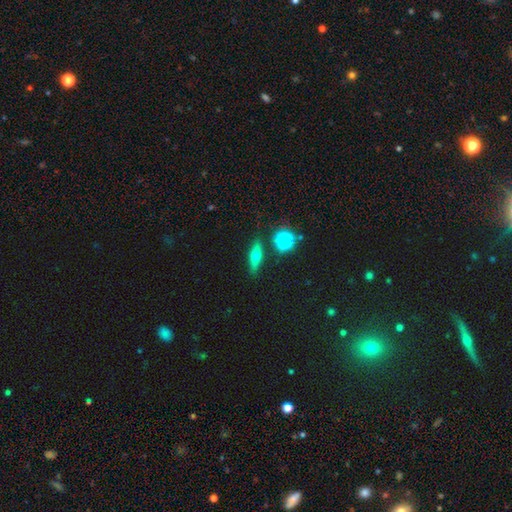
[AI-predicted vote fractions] Morphology: type=smooth (51%); roundness=cigar-shaped (56%); merging=none (85%).